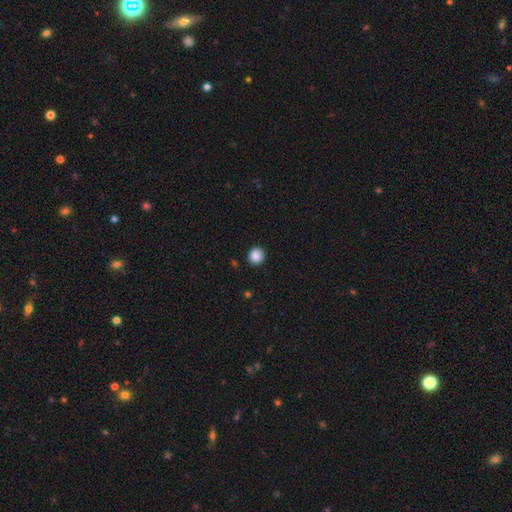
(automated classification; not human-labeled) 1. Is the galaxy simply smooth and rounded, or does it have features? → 88% smooth, 9% star or artifact, 3% featured or disk.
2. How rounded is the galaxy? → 85% round, 14% in between, 1% cigar-shaped.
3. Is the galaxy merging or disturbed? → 91% none, 6% minor disturbance, 2% major disturbance, 1% merger.